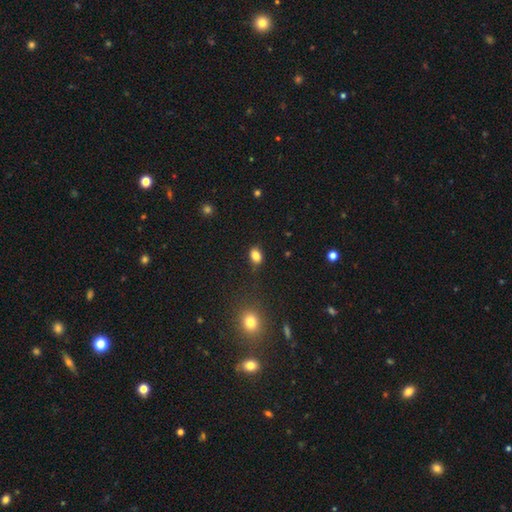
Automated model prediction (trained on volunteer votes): The model was most divided on "how rounded": in between: 78%, round: 20%, cigar-shaped: 2%. More confident: smooth or featured — smooth (84%); merging — none (77%).